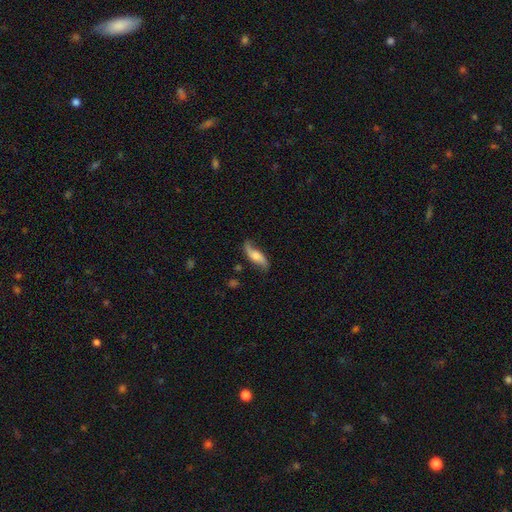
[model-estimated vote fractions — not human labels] Morphology: type=featured or disk (64%); edge-on=no (83%); bar=no (60%); spiral arms=yes (92%); bulge=moderate (47%); merging=none (69%).